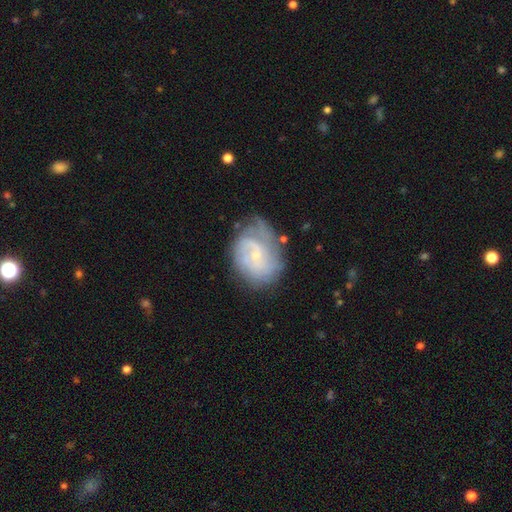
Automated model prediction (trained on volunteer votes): Smooth or featured: featured or disk — 71% (smooth — 21%)
Edge-on disk: no — 97% (yes — 3%)
Bar: no — 60% (weak — 35%)
Spiral arms: yes — 85% (no — 15%)
Spiral winding: tight — 48% (medium — 35%)
Spiral arm count: can't tell — 44% (2 — 28%)
Bulge size: small — 76% (moderate — 17%)
Merging: none — 52% (minor disturbance — 29%)